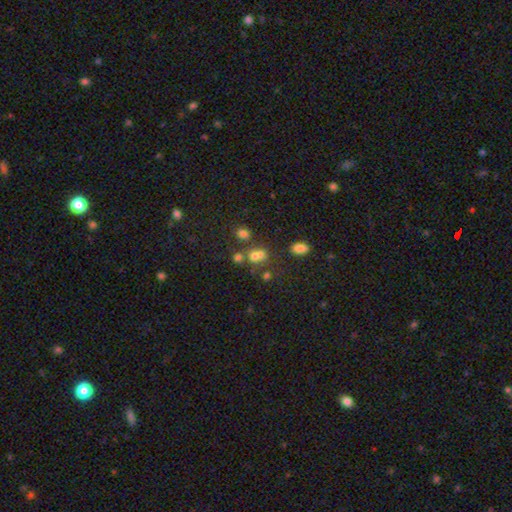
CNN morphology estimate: type=smooth (63%); roundness=round (70%); merging=merger (44%).